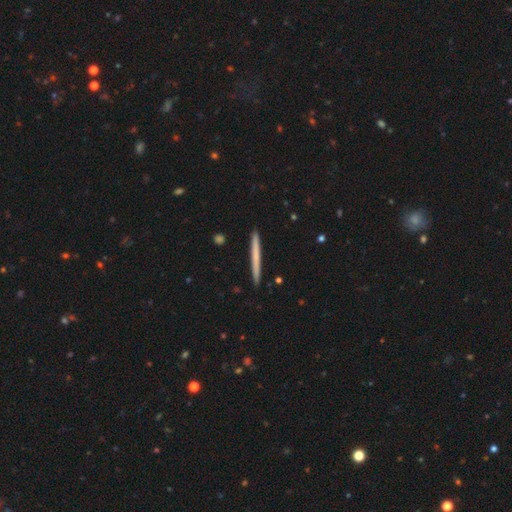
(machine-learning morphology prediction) smooth 59%, featured or disk 36%, star or artifact 5%. Down the decision tree: how rounded — cigar-shaped (97%); merging — none (92%).